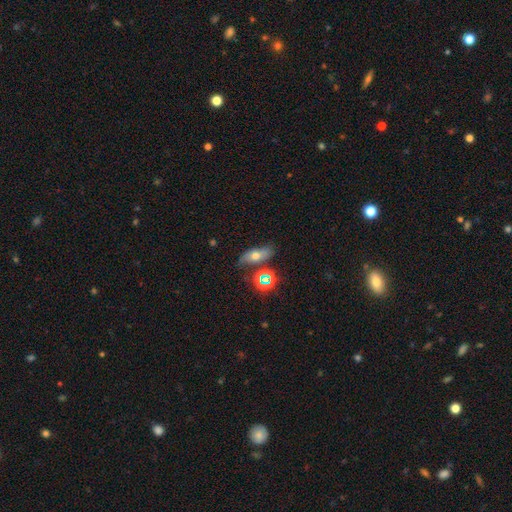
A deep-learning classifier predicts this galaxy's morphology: smooth 57%, featured or disk 26%, star or artifact 17%. Down the decision tree: how rounded — in between (70%); merging — none (68%).